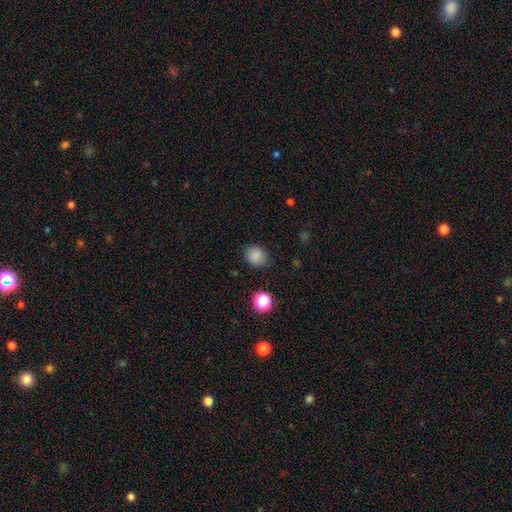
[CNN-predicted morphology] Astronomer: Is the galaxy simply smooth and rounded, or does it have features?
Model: smooth — 84%.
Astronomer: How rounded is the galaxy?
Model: round — 68%.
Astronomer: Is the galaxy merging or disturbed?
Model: none — 84%.